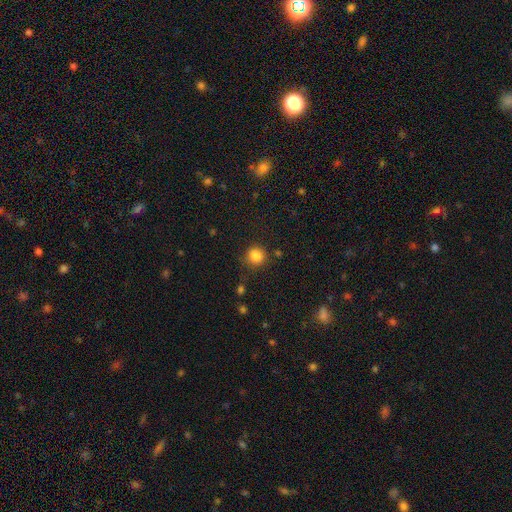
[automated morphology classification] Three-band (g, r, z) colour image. It shows a smooth galaxy with no disk features (84%) that is round (89%). Merging: none (83%).